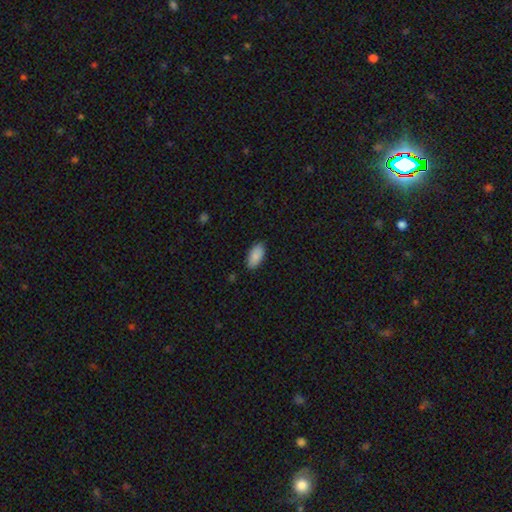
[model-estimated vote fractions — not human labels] A smooth galaxy with no disk features (88%) that is in between round and cigar-shaped (94%).

Vote fractions:
- Smooth or featured? smooth: 88% / star or artifact: 6% / featured or disk: 5%
- How rounded? in between: 94% / cigar-shaped: 4% / round: 2%
- Merging? none: 86% / minor disturbance: 10% / major disturbance: 2% / merger: 1%